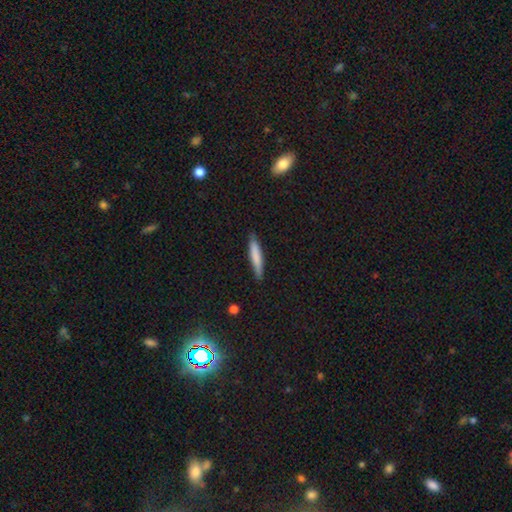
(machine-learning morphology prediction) Smooth or featured? Predicted: smooth (p=0.78). How rounded? Predicted: cigar-shaped (p=0.90). Merging? Predicted: none (p=0.86).